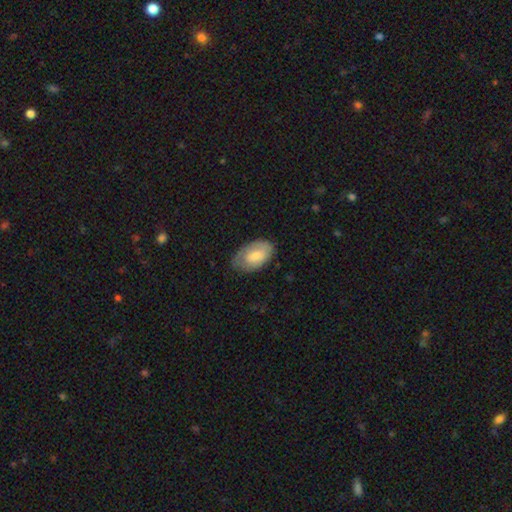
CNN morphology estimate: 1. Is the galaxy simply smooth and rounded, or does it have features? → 69% smooth, 25% featured or disk, 6% star or artifact.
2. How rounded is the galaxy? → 93% in between, 5% round, 1% cigar-shaped.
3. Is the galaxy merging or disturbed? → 67% none, 25% minor disturbance, 6% major disturbance, 1% merger.